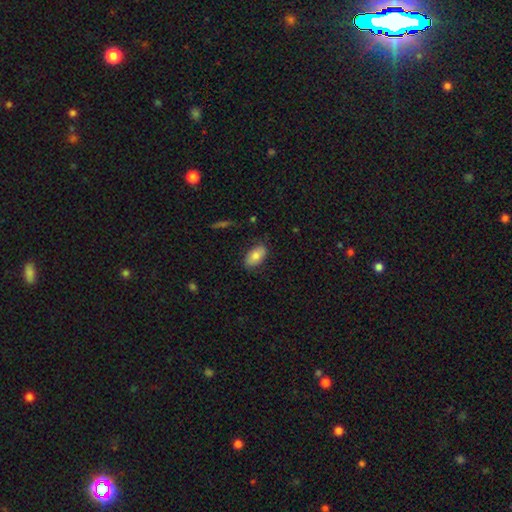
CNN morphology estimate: Smooth or featured?
  - smooth: 76% *
  - featured or disk: 17%
  - star or artifact: 7%
How rounded?
  - in between: 93% *
  - round: 4%
  - cigar-shaped: 3%
Merging?
  - none: 83% *
  - minor disturbance: 13%
  - major disturbance: 3%
  - merger: 1%